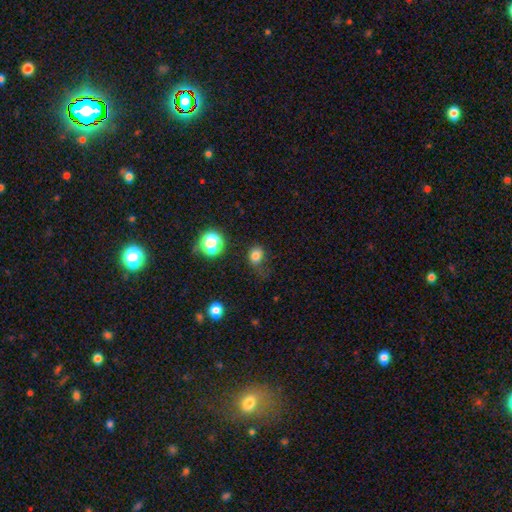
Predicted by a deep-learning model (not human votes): This is likely a smooth galaxy (78%). How rounded: possibly round (59%). Merging: likely none (60%).